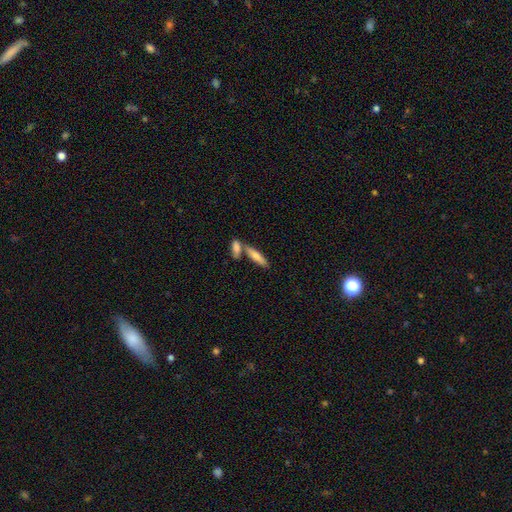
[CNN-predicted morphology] smooth_or_featured: smooth (p=0.64) [alt: featured or disk p=0.28]
how_rounded: cigar-shaped (p=0.71) [alt: in between p=0.26]
merging: none (p=0.54) [alt: merger p=0.35]